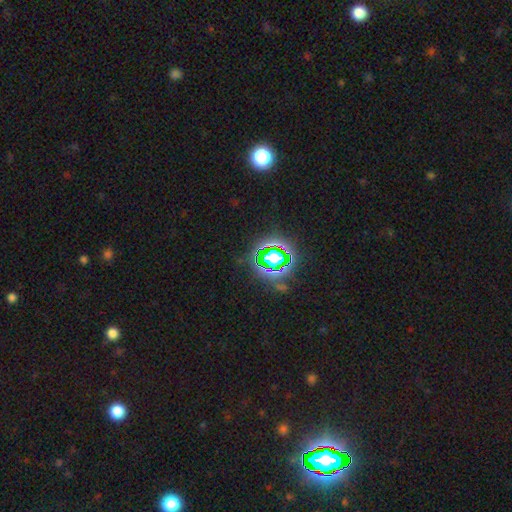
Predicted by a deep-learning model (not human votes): Smooth or featured?
  - star or artifact: 79% *
  - smooth: 14%
  - featured or disk: 8%